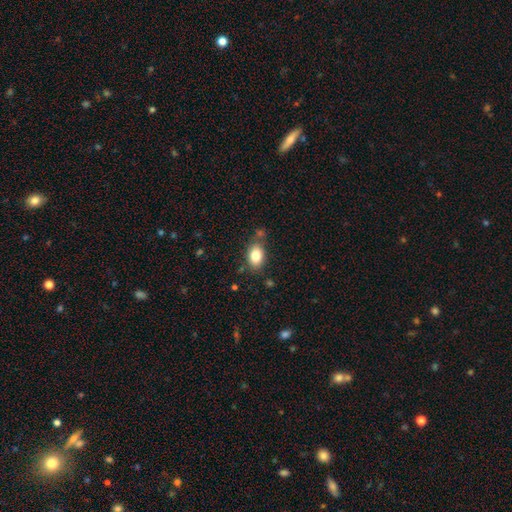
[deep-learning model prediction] Smooth or featured? smooth (83%)
How rounded? in between (82%)
Merging? none (71%)